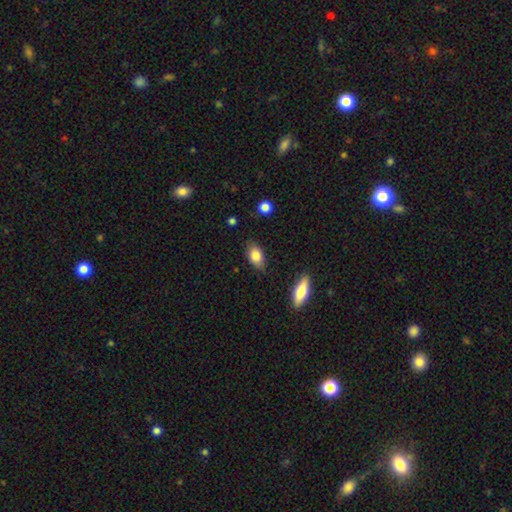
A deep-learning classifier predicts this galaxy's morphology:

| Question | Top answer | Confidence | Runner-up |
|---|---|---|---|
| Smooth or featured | smooth | 81% | featured or disk (11%) |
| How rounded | in between | 87% | round (7%) |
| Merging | none | 77% | minor disturbance (18%) |